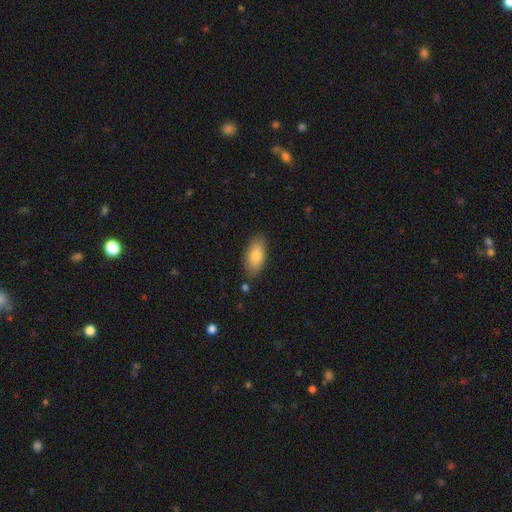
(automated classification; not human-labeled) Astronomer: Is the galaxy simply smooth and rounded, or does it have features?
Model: smooth — 80%.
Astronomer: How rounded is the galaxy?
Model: in between — 91%.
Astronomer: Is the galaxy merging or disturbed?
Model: none — 82%.